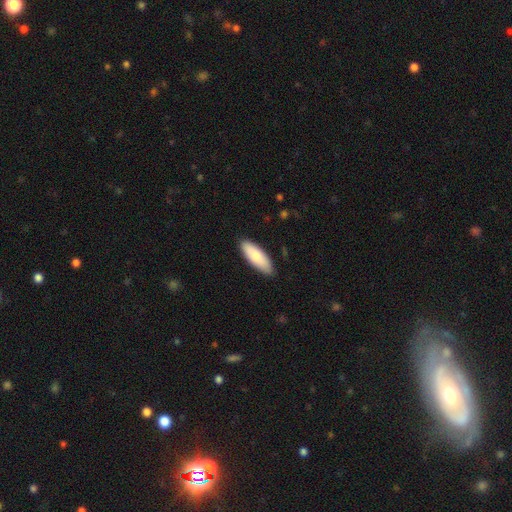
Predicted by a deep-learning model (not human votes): Overall: smooth (80%). How rounded: in between (69%). Merging: none (86%).